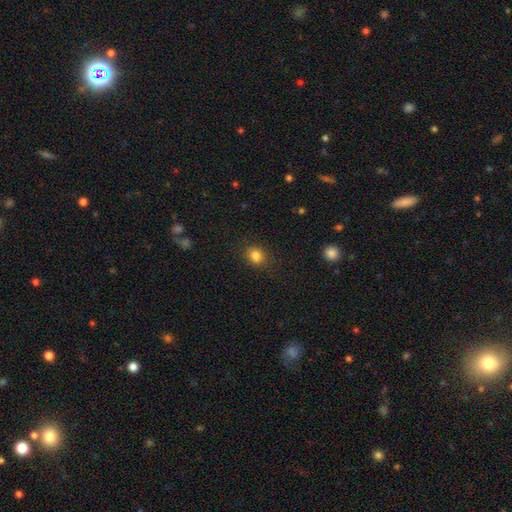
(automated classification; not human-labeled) Smooth or featured: smooth — 84% (star or artifact — 11%)
How rounded: round — 70% (in between — 29%)
Merging: none — 86% (minor disturbance — 10%)